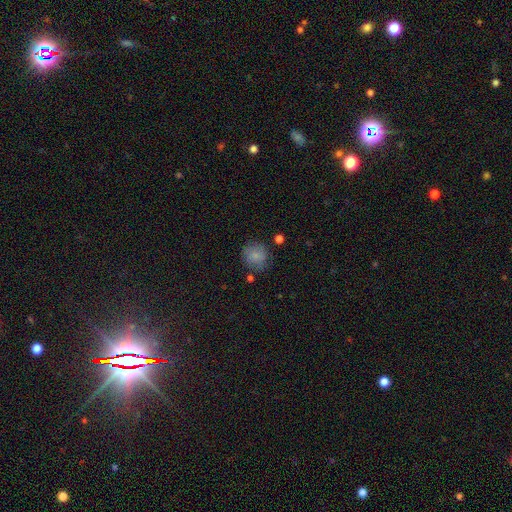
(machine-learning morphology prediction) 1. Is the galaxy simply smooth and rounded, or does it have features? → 83% smooth, 9% star or artifact, 8% featured or disk.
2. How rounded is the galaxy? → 86% round, 13% in between, 1% cigar-shaped.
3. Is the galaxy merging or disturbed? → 74% none, 17% minor disturbance, 5% major disturbance, 4% merger.